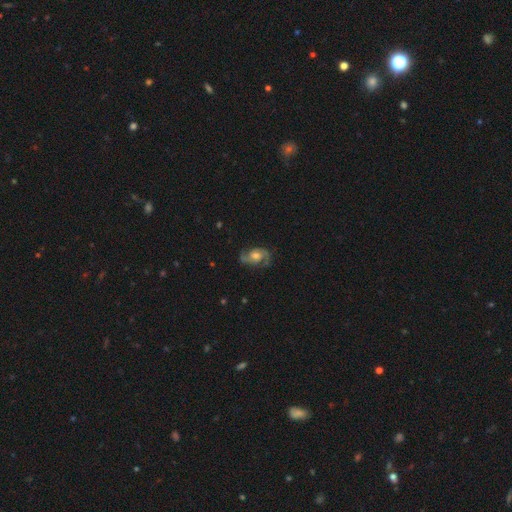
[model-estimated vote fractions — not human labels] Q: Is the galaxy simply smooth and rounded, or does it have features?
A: featured or disk — 85%.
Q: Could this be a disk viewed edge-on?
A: no — 97%.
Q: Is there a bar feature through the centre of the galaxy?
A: no — 59%.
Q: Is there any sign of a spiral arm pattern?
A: yes — 97%.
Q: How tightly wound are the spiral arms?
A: medium — 54%.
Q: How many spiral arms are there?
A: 2 — 90%.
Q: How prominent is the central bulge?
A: moderate — 60%.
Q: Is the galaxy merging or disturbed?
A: none — 76%.